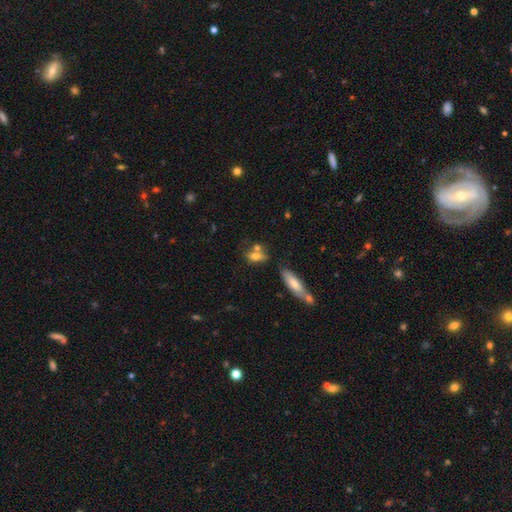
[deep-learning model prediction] Q: Smooth or featured?
A: smooth (68%); runner-up: featured or disk (21%)
Q: How rounded?
A: in between (66%); runner-up: cigar-shaped (20%)
Q: Merging?
A: none (46%); runner-up: merger (35%)